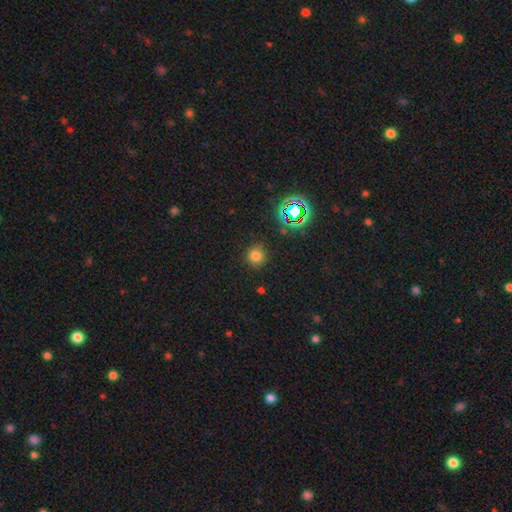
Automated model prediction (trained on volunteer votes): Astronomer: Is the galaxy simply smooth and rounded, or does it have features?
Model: smooth — 73%.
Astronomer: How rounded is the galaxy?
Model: round — 93%.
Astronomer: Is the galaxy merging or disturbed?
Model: none — 87%.